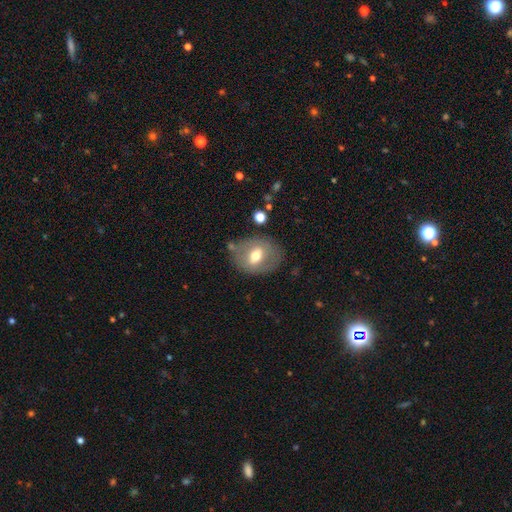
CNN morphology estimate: smooth_or_featured: smooth (p=0.55) [alt: featured or disk p=0.38]
how_rounded: in between (p=0.59) [alt: round p=0.40]
merging: none (p=0.72) [alt: minor disturbance p=0.17]